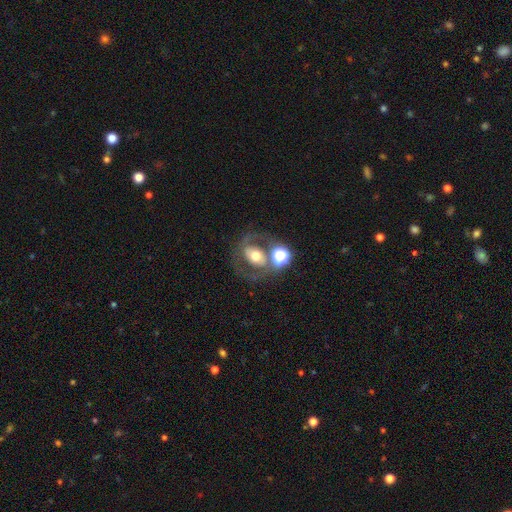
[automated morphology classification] The model was most divided on "bar": no: 49%, weak: 28%, strong: 23%. More confident: edge-on disk — no (96%); spiral arms — yes (68%); smooth or featured — featured or disk (62%); bulge size — moderate (62%); merging — none (54%).